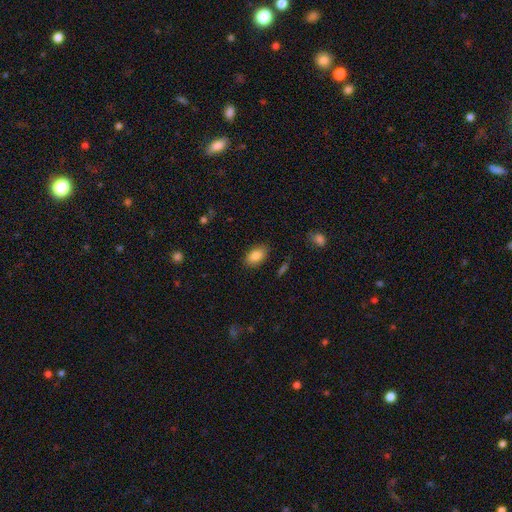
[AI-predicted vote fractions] This is clearly a smooth galaxy (86%). How rounded: clearly in between (91%). Merging: clearly none (86%).